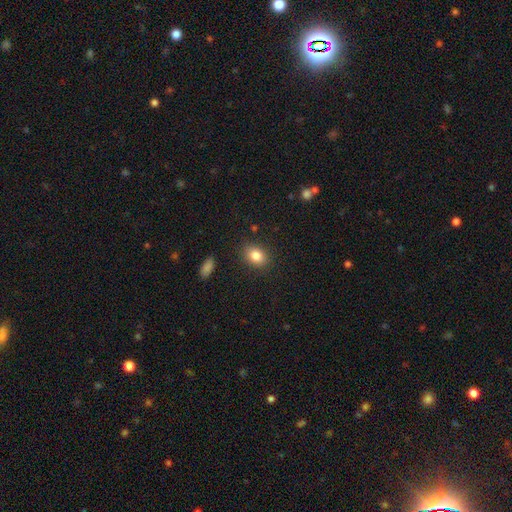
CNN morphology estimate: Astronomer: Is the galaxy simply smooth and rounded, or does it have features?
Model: smooth — 84%.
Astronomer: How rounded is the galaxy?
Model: in between — 65%.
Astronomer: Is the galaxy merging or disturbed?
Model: none — 86%.